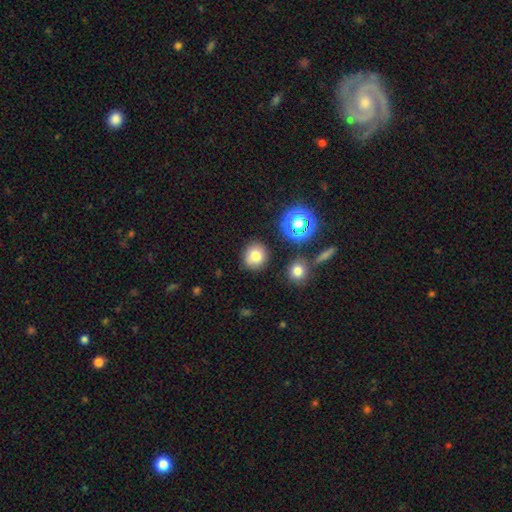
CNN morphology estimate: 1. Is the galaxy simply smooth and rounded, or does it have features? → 77% smooth, 14% star or artifact, 9% featured or disk.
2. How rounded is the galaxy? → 86% round, 13% in between, 1% cigar-shaped.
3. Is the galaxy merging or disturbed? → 86% none, 8% minor disturbance, 4% merger, 3% major disturbance.